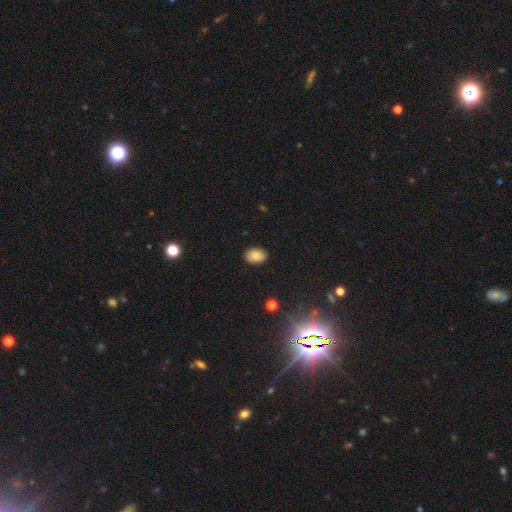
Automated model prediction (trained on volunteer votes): smooth-or-featured: smooth: 82% | star or artifact: 11% | featured or disk: 7%
  how-rounded: in between: 78% | round: 21% | cigar-shaped: 1%
  merging: none: 87% | minor disturbance: 10% | major disturbance: 2% | merger: 1%